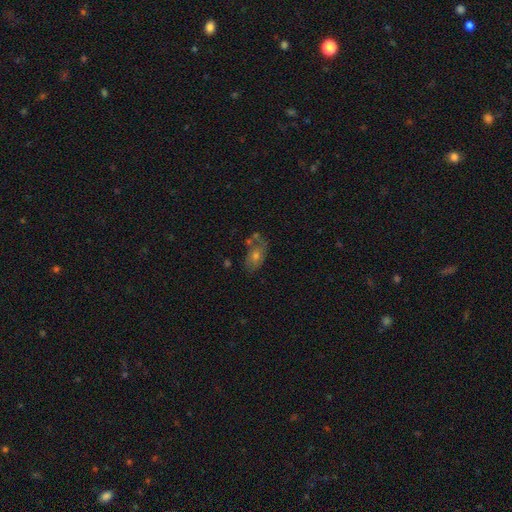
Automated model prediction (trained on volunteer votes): The model was most divided on "smooth or featured": smooth: 44%, featured or disk: 39%, star or artifact: 17%. Remaining: merging — none (49%).